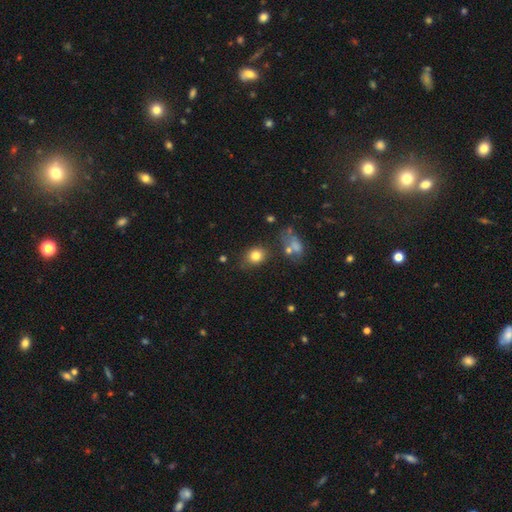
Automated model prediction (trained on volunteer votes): smooth-or-featured: smooth: 81% | star or artifact: 11% | featured or disk: 8%
  how-rounded: round: 52% | in between: 46% | cigar-shaped: 1%
  merging: none: 71% | minor disturbance: 17% | major disturbance: 6% | merger: 6%